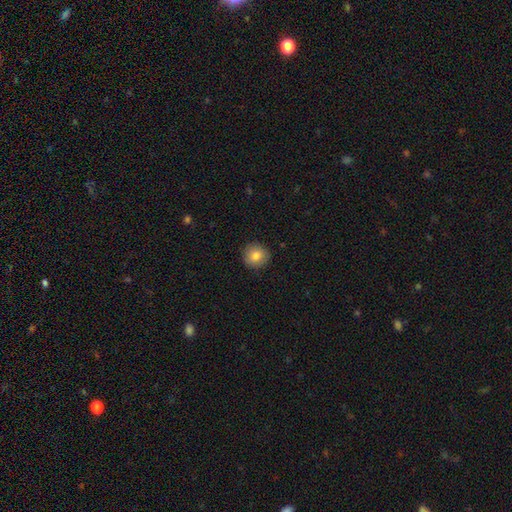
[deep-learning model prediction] The model was most divided on "smooth or featured": smooth: 82%, featured or disk: 9%, star or artifact: 9%. More confident: how rounded — round (92%); merging — none (90%).